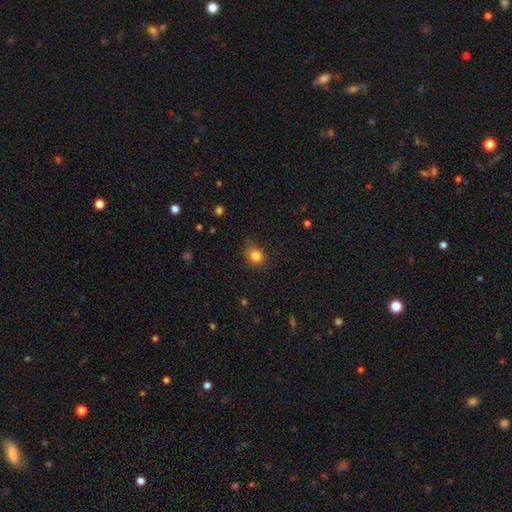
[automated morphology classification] A smooth galaxy with no disk features (82%) that is round (77%). Merging: none (75%).